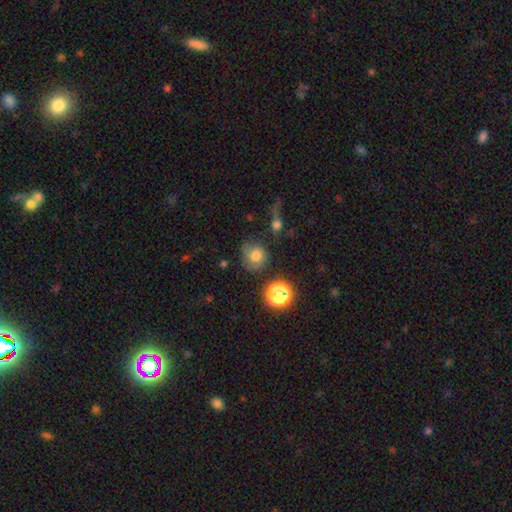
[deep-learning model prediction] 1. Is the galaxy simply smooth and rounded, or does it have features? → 67% smooth, 17% featured or disk, 16% star or artifact.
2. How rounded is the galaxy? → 82% round, 17% in between, 1% cigar-shaped.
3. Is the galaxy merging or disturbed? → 58% none, 22% minor disturbance, 14% major disturbance, 6% merger.